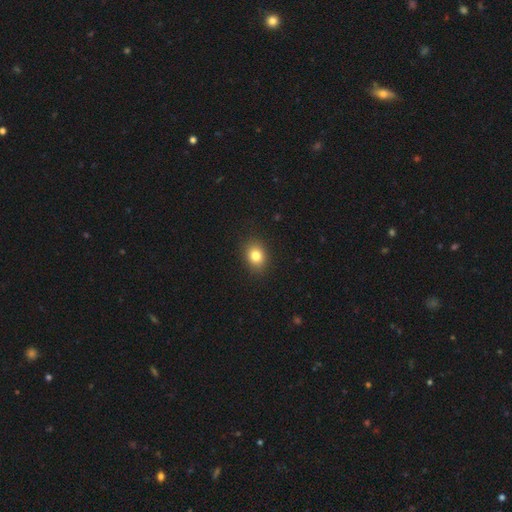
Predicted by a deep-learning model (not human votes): Smooth or featured? Predicted: smooth (p=0.82). How rounded? Predicted: in between (p=0.52). Merging? Predicted: none (p=0.89).